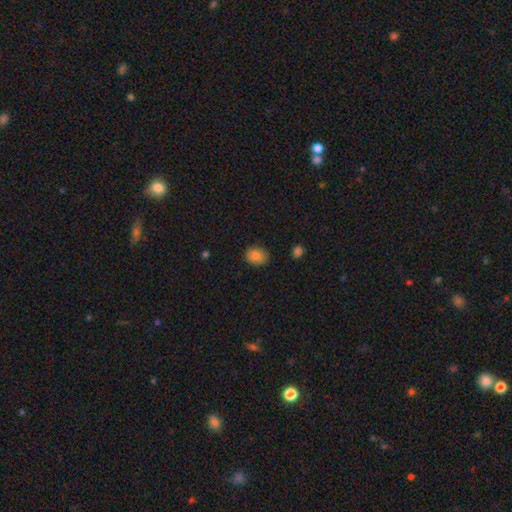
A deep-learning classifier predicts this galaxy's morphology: Smooth or featured? Predicted: smooth (p=0.82). How rounded? Predicted: round (p=0.50). Merging? Predicted: none (p=0.80).